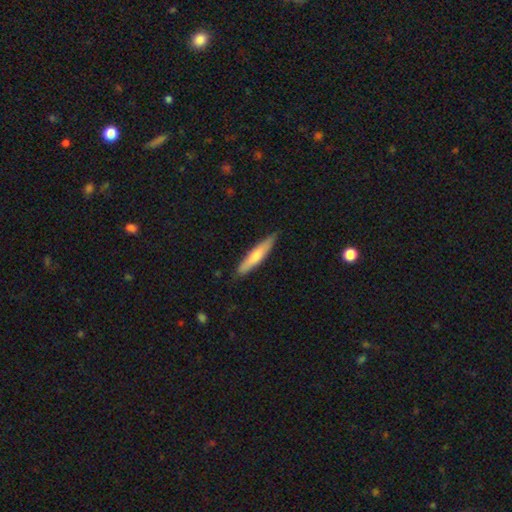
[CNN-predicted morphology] smooth-or-featured: smooth: 62% | featured or disk: 33% | star or artifact: 5%
  how-rounded: cigar-shaped: 88% | in between: 10% | round: 1%
  merging: none: 86% | minor disturbance: 11% | major disturbance: 2% | merger: 1%